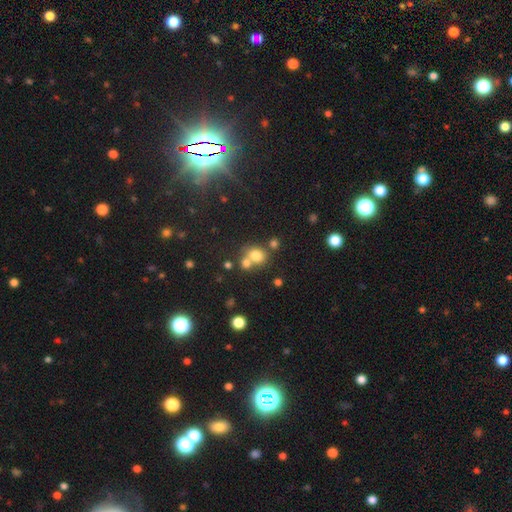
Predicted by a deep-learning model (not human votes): A smooth galaxy with no disk features (75%) that is round (64%). Merging: none (46%).